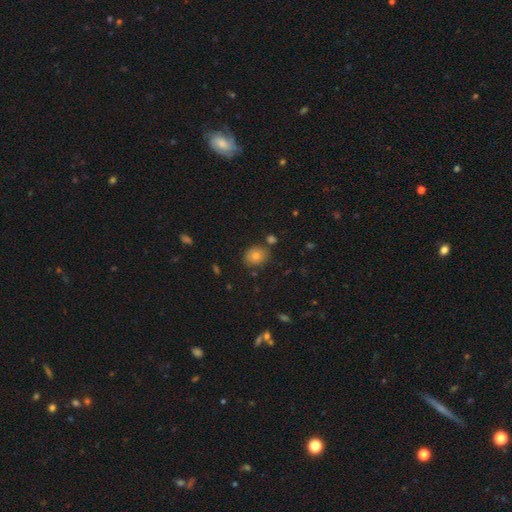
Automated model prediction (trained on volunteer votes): A smooth galaxy with no disk features (76%) that is round (59%). Merging: none (80%).